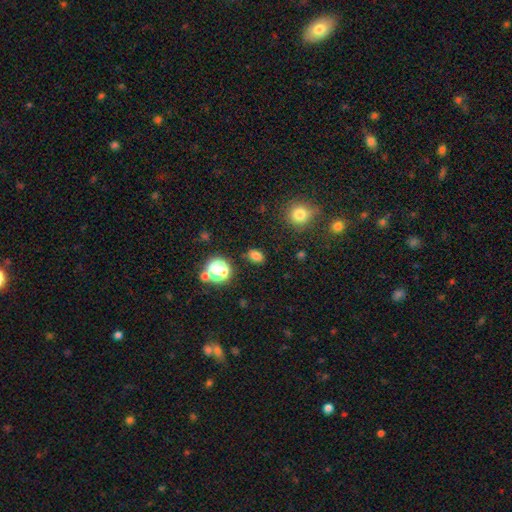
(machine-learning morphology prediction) smooth-or-featured: smooth: 76% | star or artifact: 19% | featured or disk: 5%
  how-rounded: in between: 70% | round: 29% | cigar-shaped: 2%
  merging: none: 83% | minor disturbance: 11% | major disturbance: 3% | merger: 3%